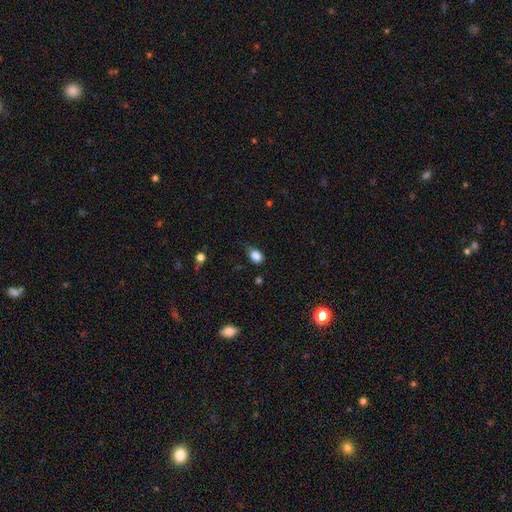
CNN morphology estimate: Q: Smooth or featured?
A: smooth (84%); runner-up: star or artifact (10%)
Q: How rounded?
A: in between (73%); runner-up: round (25%)
Q: Merging?
A: none (52%); runner-up: minor disturbance (35%)